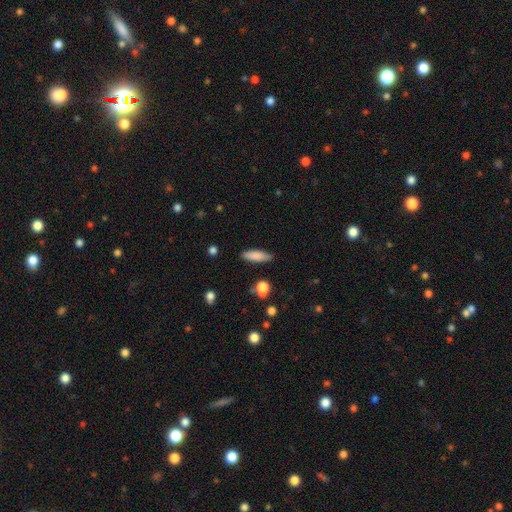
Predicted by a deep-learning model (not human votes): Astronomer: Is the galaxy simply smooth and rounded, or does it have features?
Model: smooth — 83%.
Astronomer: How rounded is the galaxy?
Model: cigar-shaped — 52% (runner-up: in between, 46%).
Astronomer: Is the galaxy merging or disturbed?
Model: none — 83%.